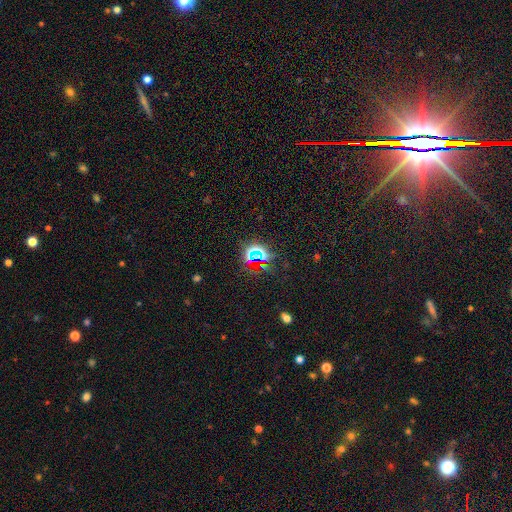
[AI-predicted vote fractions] Smooth or featured: star or artifact — 68% (smooth — 21%)